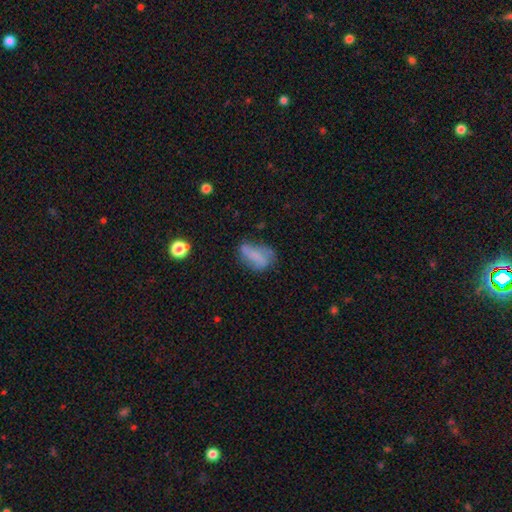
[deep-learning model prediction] Smooth or featured: smooth — 57% (featured or disk — 32%)
How rounded: in between — 81% (cigar-shaped — 10%)
Merging: none — 44% (minor disturbance — 30%)